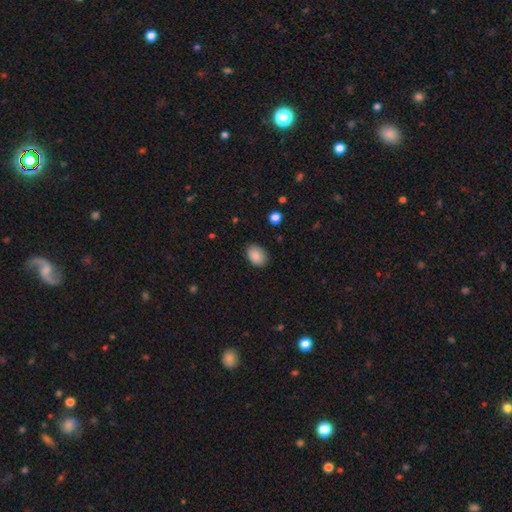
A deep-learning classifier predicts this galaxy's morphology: Overall: smooth (88%). How rounded: in between (81%). Merging: none (84%).